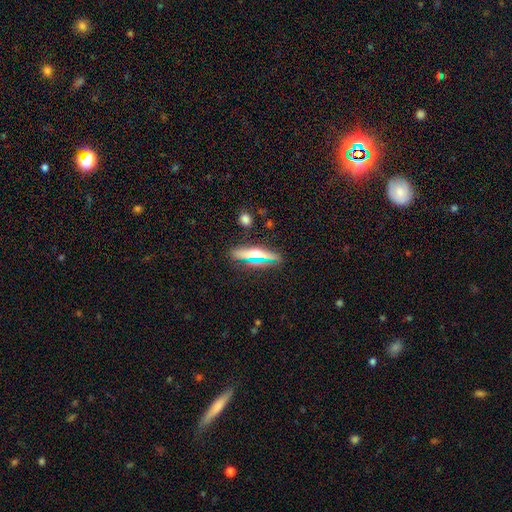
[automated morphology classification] A smooth galaxy with no disk features (50%) that is cigar-shaped (56%).

Vote fractions:
- Smooth or featured? smooth: 50% / featured or disk: 37% / star or artifact: 12%
- How rounded? cigar-shaped: 56% / in between: 38% / round: 6%
- Merging? none: 84% / minor disturbance: 10% / major disturbance: 3% / merger: 2%